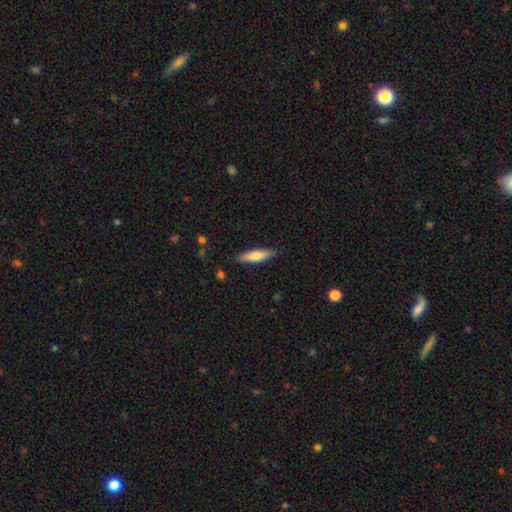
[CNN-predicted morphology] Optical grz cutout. It shows a smooth galaxy with no disk features (67%) that is cigar-shaped (70%). Merging: none (86%).